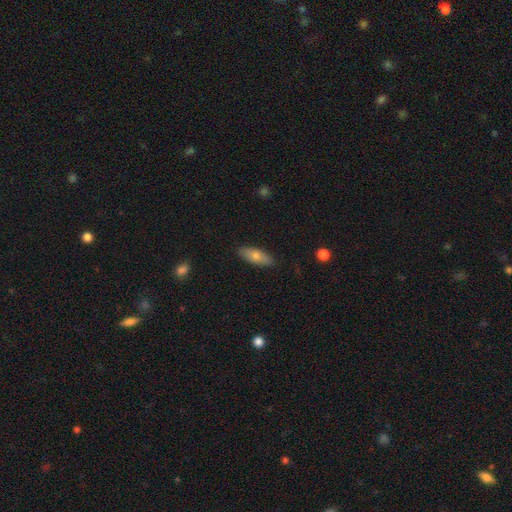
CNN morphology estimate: A smooth galaxy with no disk features (70%) that is in between round and cigar-shaped (64%). Merging: none (88%).